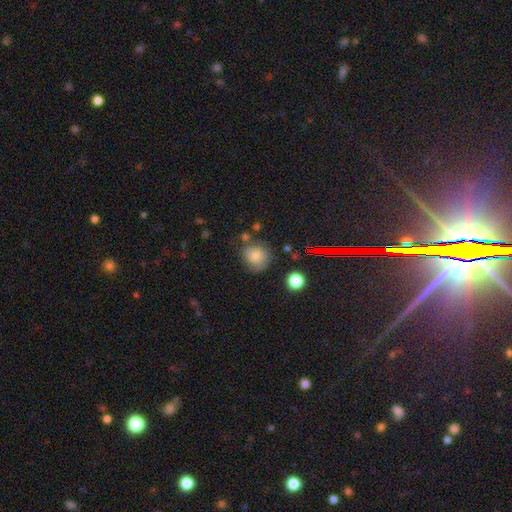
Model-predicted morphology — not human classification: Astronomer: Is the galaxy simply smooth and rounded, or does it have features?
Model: smooth — 77%.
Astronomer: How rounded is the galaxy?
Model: round — 81%.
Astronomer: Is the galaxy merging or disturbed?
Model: none — 62%.